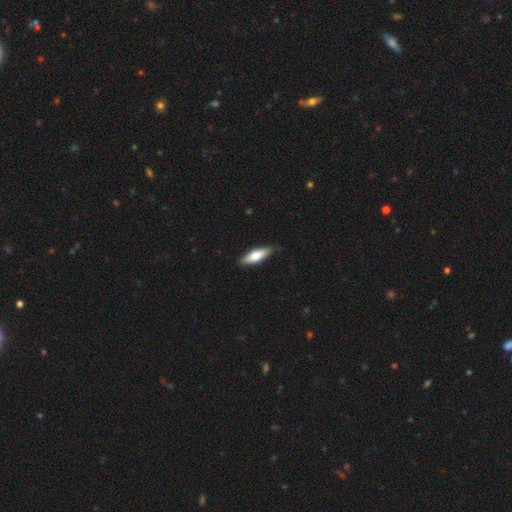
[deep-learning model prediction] A smooth galaxy with no disk features (69%) that is in between round and cigar-shaped (57%). Merging: none (85%).